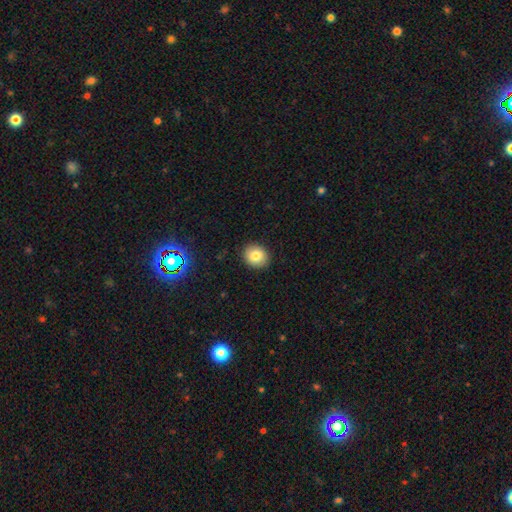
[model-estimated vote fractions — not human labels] Q: Smooth or featured?
A: smooth (81%); runner-up: star or artifact (10%)
Q: How rounded?
A: round (72%); runner-up: in between (27%)
Q: Merging?
A: none (90%); runner-up: minor disturbance (7%)